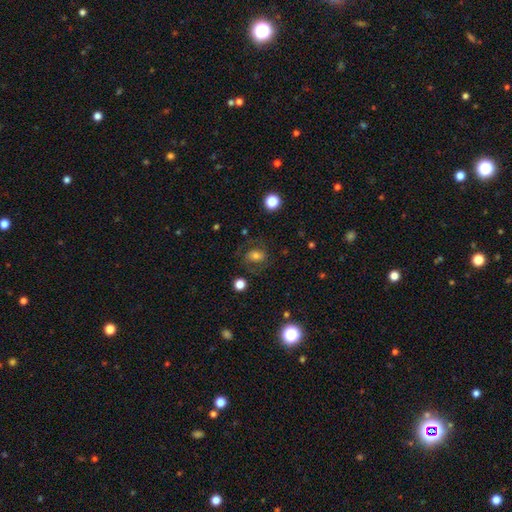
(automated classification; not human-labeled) Smooth or featured? smooth (55%)
How rounded? in between (57%)
Merging? none (69%)